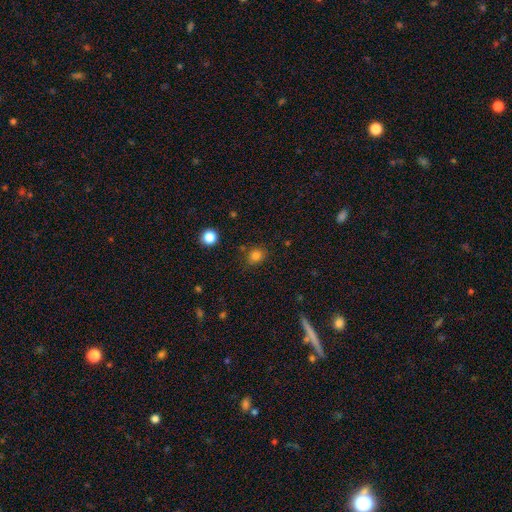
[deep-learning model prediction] Overall: smooth (80%). How rounded: round (63%; in between 36%). Merging: none (79%).